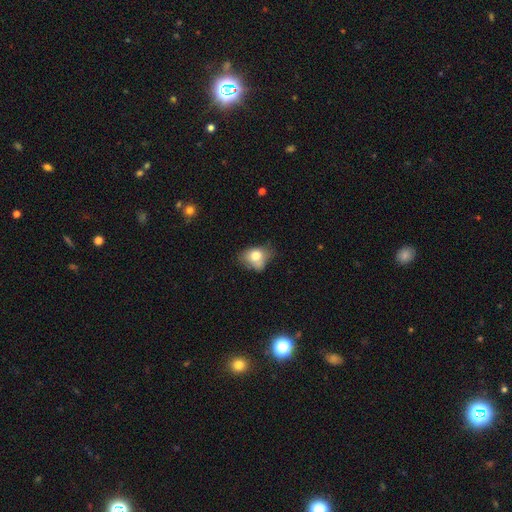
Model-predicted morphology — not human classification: Smooth or featured: smooth — 73% (featured or disk — 17%)
How rounded: in between — 62% (round — 37%)
Merging: minor disturbance — 38% (none — 36%)